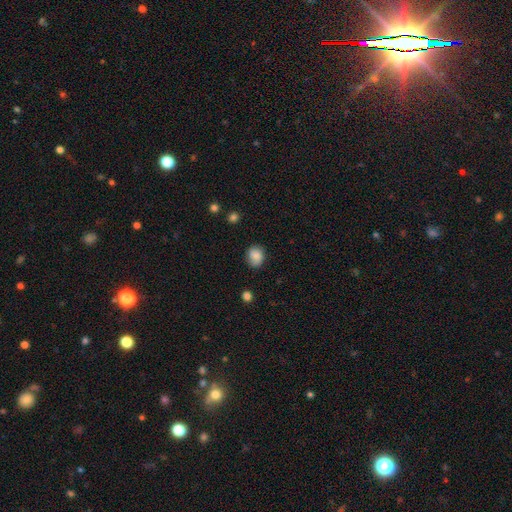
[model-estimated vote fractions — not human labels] Overall: smooth (83%). How rounded: round (60%; in between 39%). Merging: none (75%).